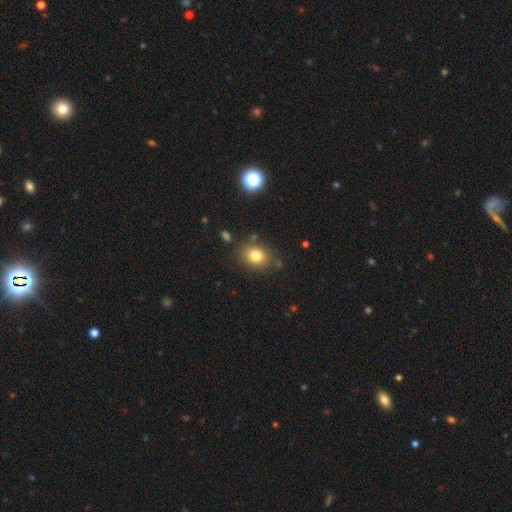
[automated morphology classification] Smooth or featured?
  - smooth: 80% *
  - star or artifact: 12%
  - featured or disk: 8%
How rounded?
  - in between: 50% *
  - round: 49%
  - cigar-shaped: 1%
Merging?
  - none: 79% *
  - minor disturbance: 13%
  - merger: 4%
  - major disturbance: 4%